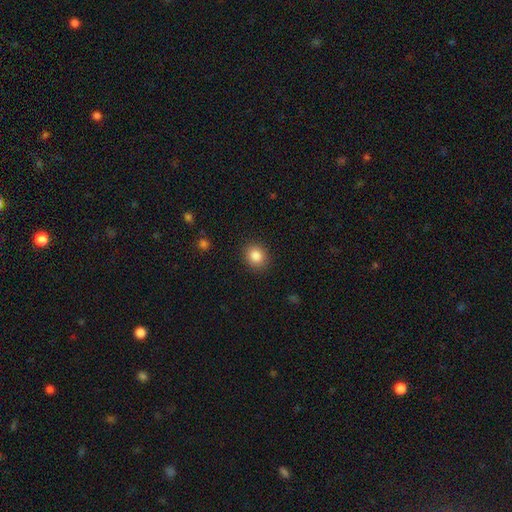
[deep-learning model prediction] Smooth or featured? Predicted: smooth (p=0.85). How rounded? Predicted: round (p=0.62). Merging? Predicted: none (p=0.88).